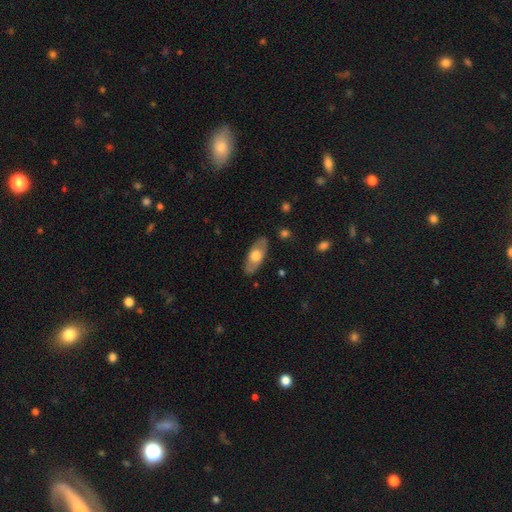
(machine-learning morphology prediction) Smooth or featured?
  - smooth: 52% *
  - featured or disk: 42%
  - star or artifact: 5%
How rounded?
  - in between: 84% *
  - cigar-shaped: 12%
  - round: 4%
Merging?
  - none: 83% *
  - minor disturbance: 12%
  - major disturbance: 3%
  - merger: 1%